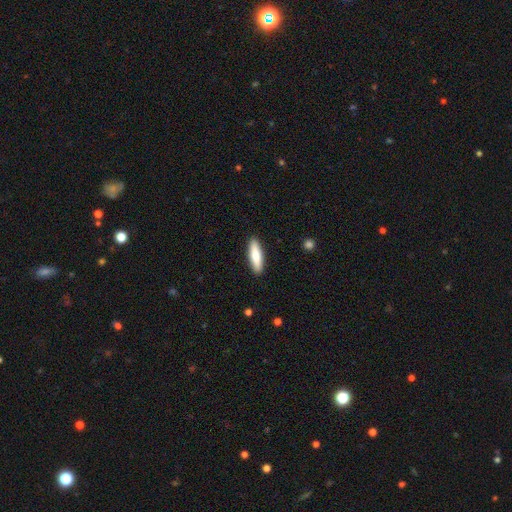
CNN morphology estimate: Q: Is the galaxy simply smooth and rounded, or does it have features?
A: smooth — 77%.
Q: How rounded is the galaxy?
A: cigar-shaped — 65%.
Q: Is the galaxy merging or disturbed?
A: none — 90%.